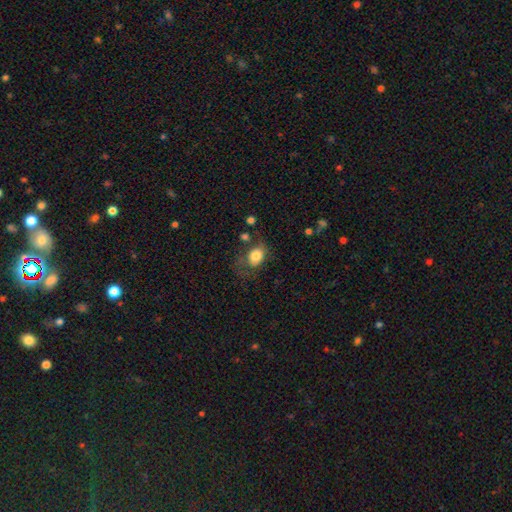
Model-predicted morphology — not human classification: A smooth galaxy with no disk features (78%) that is in between round and cigar-shaped (68%).

Vote fractions:
- Smooth or featured? smooth: 78% / featured or disk: 14% / star or artifact: 8%
- How rounded? in between: 68% / round: 30% / cigar-shaped: 1%
- Merging? none: 49% / minor disturbance: 24% / major disturbance: 20% / merger: 7%